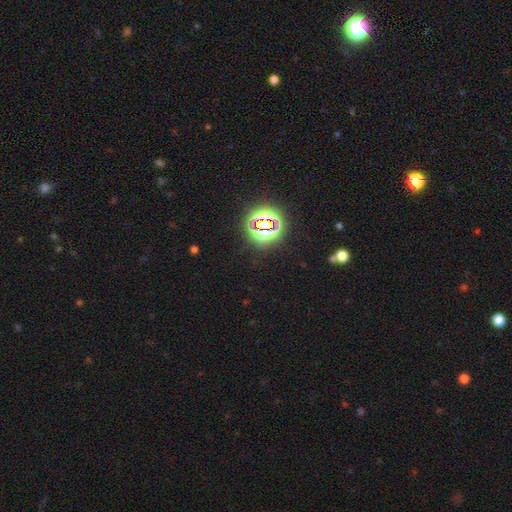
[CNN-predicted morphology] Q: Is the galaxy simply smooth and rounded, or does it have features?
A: star or artifact — 81%.